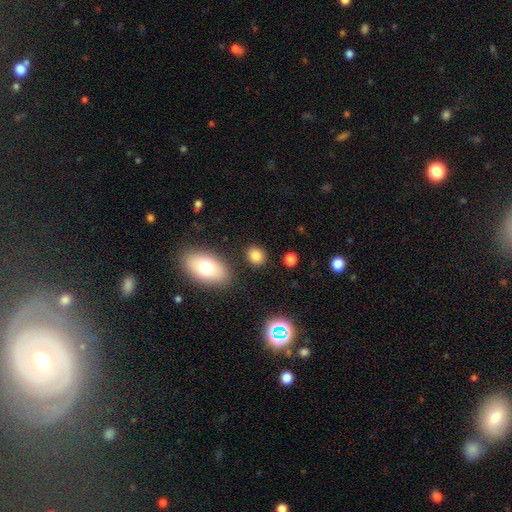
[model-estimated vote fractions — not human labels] smooth 83%, star or artifact 11%, featured or disk 6%. Down the decision tree: how rounded — round (58%); merging — none (85%).